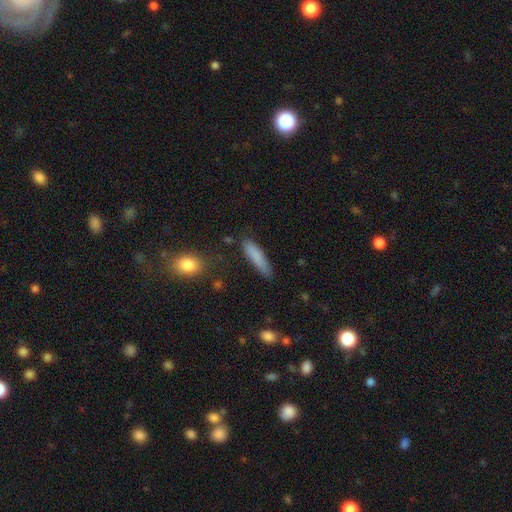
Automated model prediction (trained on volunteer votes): A smooth galaxy with no disk features (83%) that is cigar-shaped (79%). Merging: none (79%).